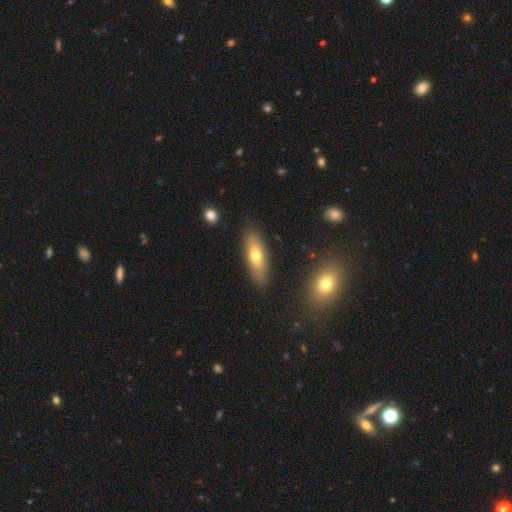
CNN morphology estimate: Smooth or featured? smooth (64%)
How rounded? in between (57%)
Merging? none (84%)